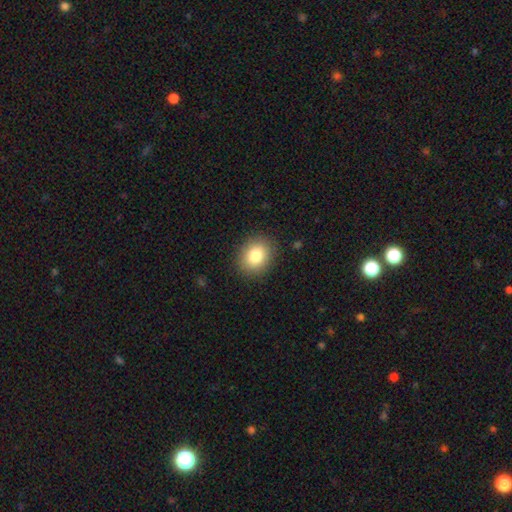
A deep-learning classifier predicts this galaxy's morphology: smooth_or_featured: smooth (p=0.83) [alt: star or artifact p=0.09]
how_rounded: round (p=0.51) [alt: in between p=0.48]
merging: none (p=0.88) [alt: minor disturbance p=0.08]